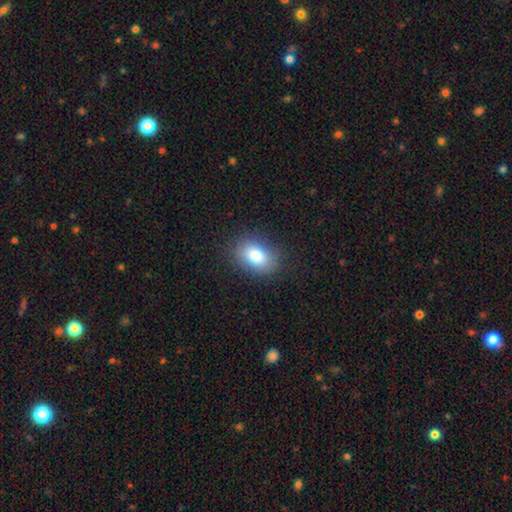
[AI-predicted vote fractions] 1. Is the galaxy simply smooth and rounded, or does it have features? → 81% smooth, 10% featured or disk, 9% star or artifact.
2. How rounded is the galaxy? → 81% in between, 18% round, 1% cigar-shaped.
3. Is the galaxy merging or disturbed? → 85% none, 10% minor disturbance, 3% major disturbance, 1% merger.